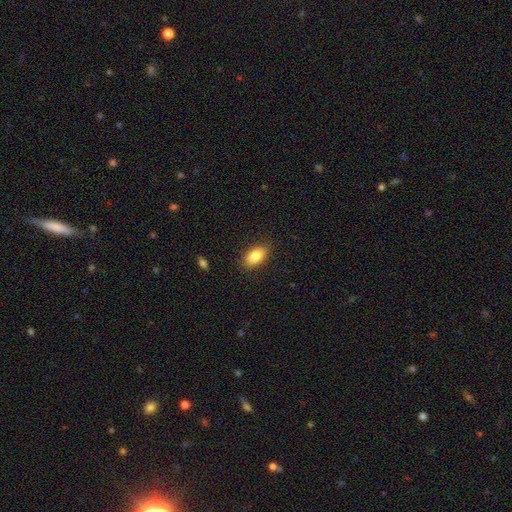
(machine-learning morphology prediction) smooth 82%, featured or disk 11%, star or artifact 7%. Down the decision tree: how rounded — in between (88%); merging — none (87%).